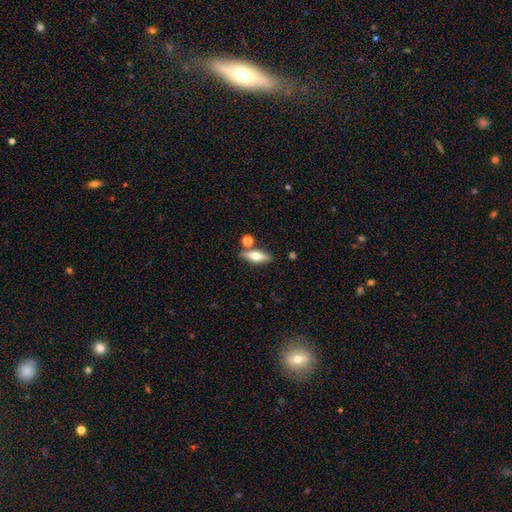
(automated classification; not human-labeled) smooth 52%, featured or disk 41%, star or artifact 7%. Down the decision tree: how rounded — in between (54%); merging — none (77%).